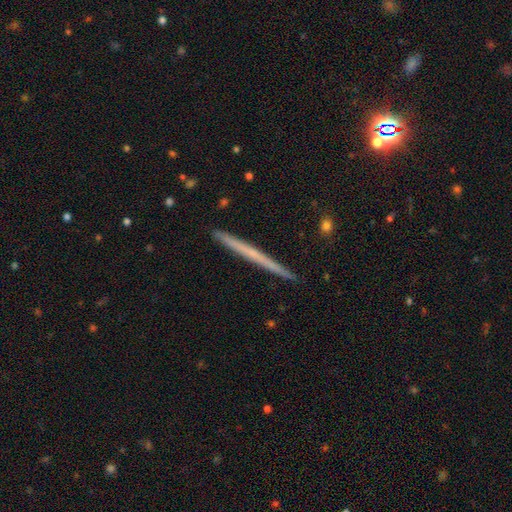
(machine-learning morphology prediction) type=featured or disk (53%); edge-on=yes (98%); edge-on bulge=none (86%); merging=none (92%).